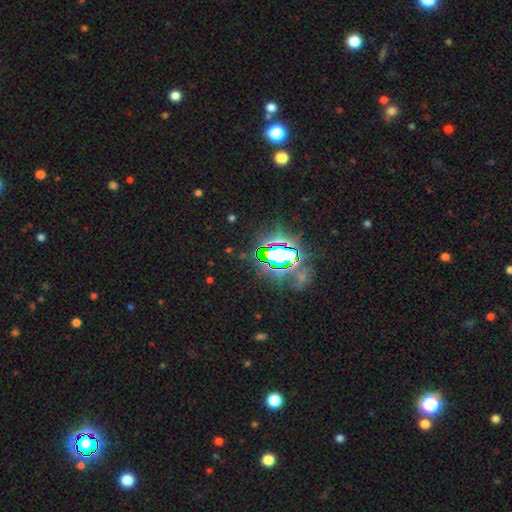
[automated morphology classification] type=star or artifact (79%).